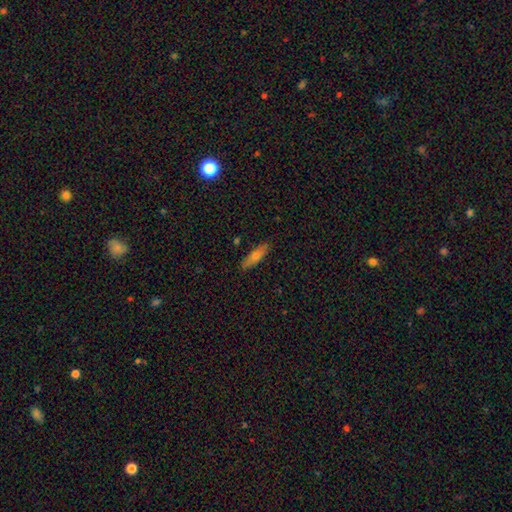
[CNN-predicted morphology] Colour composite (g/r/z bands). It shows a smooth galaxy with no disk features (63%) that is cigar-shaped (61%). Merging: none (87%).